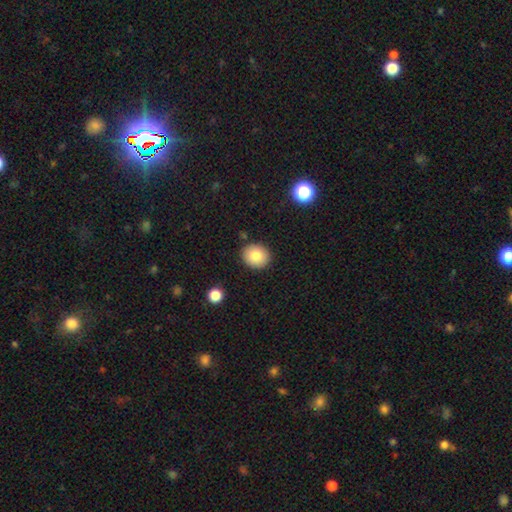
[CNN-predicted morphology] Overall: smooth (82%). How rounded: round (77%). Merging: none (90%).